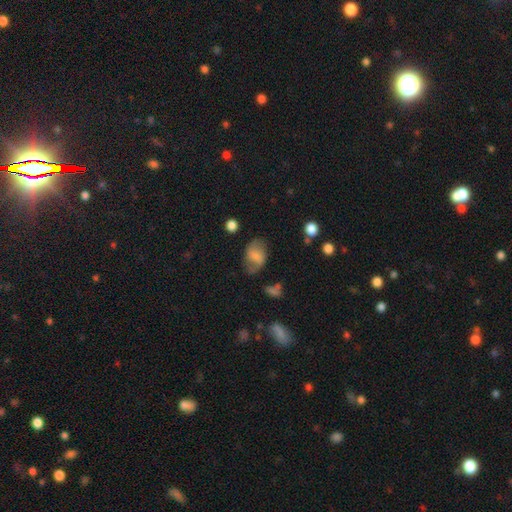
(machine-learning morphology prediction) Smooth or featured: smooth — 55% (featured or disk — 36%)
How rounded: in between — 81% (round — 17%)
Merging: none — 62% (minor disturbance — 23%)